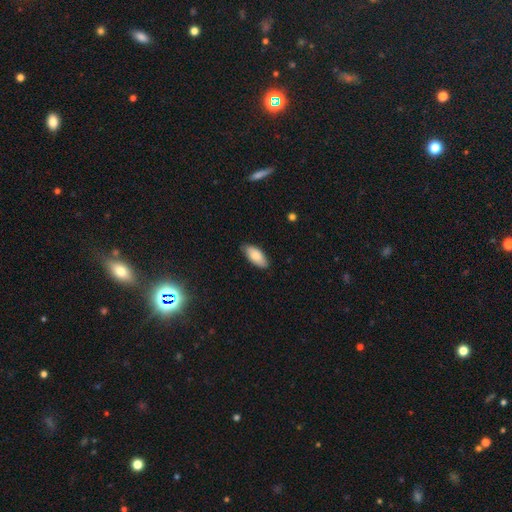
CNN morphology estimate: smooth-or-featured: smooth: 83% | featured or disk: 11% | star or artifact: 6%
  how-rounded: in between: 89% | cigar-shaped: 9% | round: 2%
  merging: none: 82% | minor disturbance: 15% | major disturbance: 2% | merger: 1%